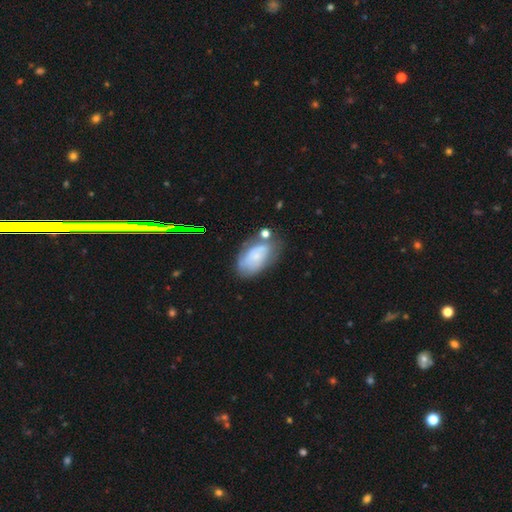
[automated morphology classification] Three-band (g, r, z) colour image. It shows a smooth galaxy with no disk features (52%) that is in between round and cigar-shaped (92%). Merging: none (54%).